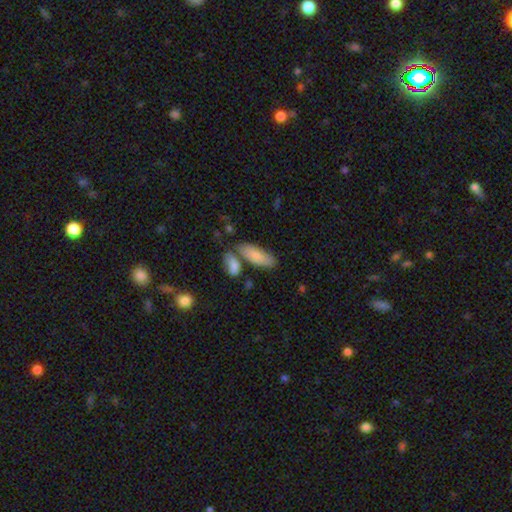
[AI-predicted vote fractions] Smooth or featured: smooth — 79% (featured or disk — 16%)
How rounded: in between — 78% (cigar-shaped — 20%)
Merging: none — 63% (merger — 17%)